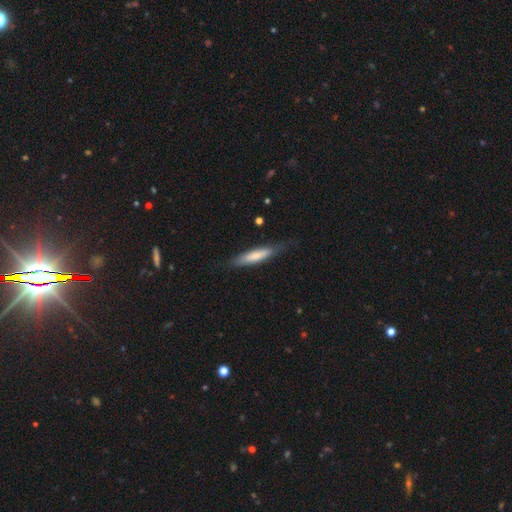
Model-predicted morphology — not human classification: smooth_or_featured: smooth (p=0.71) [alt: featured or disk p=0.24]
how_rounded: cigar-shaped (p=0.82) [alt: in between p=0.17]
merging: none (p=0.74) [alt: minor disturbance p=0.19]